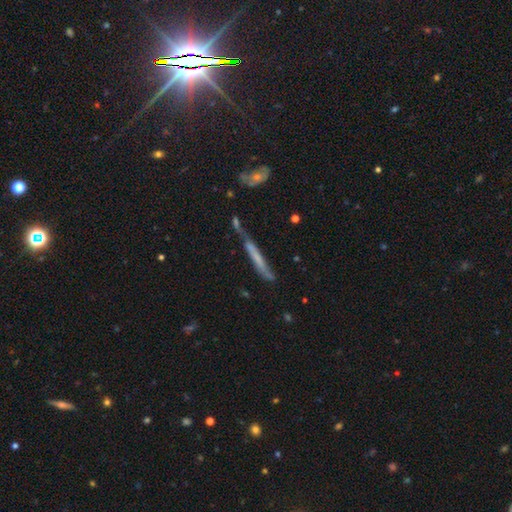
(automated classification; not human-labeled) featured or disk 47%, smooth 40%, star or artifact 12%. Down the decision tree: merging — none (53%).